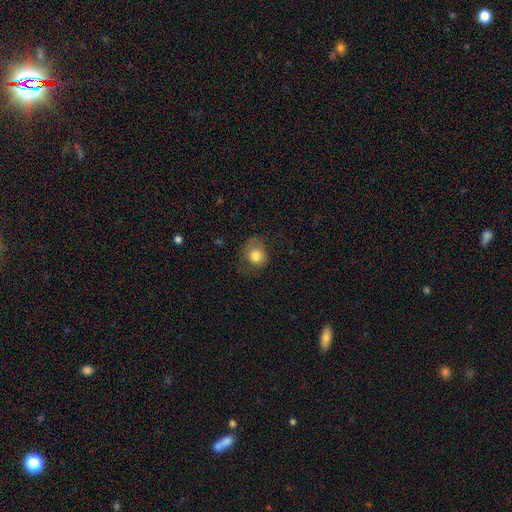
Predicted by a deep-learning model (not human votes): smooth_or_featured: smooth (p=0.77) [alt: featured or disk p=0.14]
how_rounded: round (p=0.75) [alt: in between p=0.24]
merging: none (p=0.60) [alt: minor disturbance p=0.24]